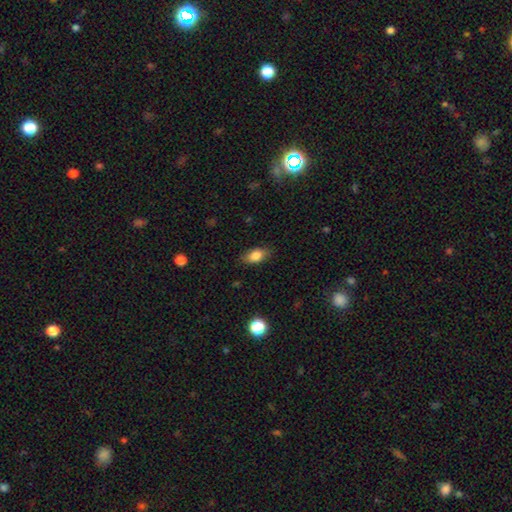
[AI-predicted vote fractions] This appears to be a smooth galaxy with no disk features (83%) that is in between round and cigar-shaped (88%). Merging: none (83%).